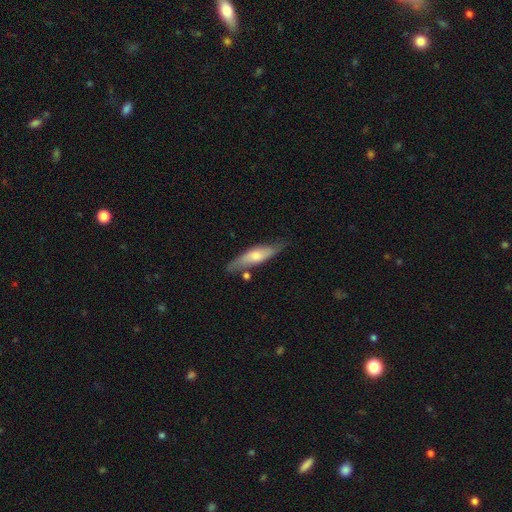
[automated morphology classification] smooth 55%, featured or disk 39%, star or artifact 6%. Down the decision tree: how rounded — cigar-shaped (66%); merging — none (72%).